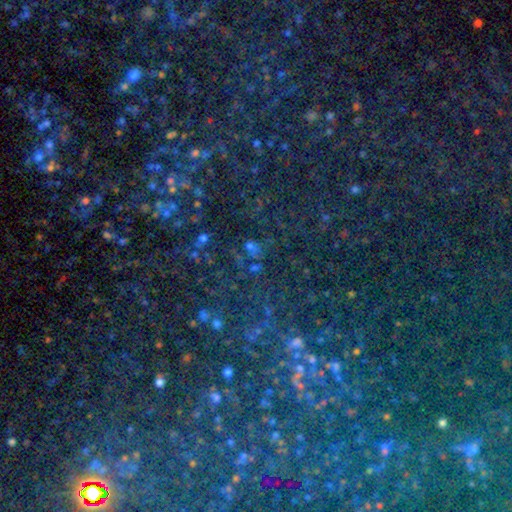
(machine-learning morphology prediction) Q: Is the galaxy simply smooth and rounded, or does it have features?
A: star or artifact — 79%.